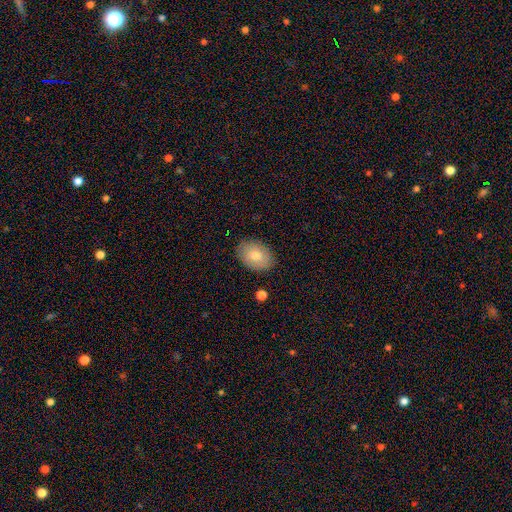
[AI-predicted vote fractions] A smooth galaxy with no disk features (78%) that is in between round and cigar-shaped (82%).

Vote fractions:
- Smooth or featured? smooth: 78% / featured or disk: 15% / star or artifact: 7%
- How rounded? in between: 82% / round: 17% / cigar-shaped: 1%
- Merging? none: 86% / minor disturbance: 10% / major disturbance: 2% / merger: 1%